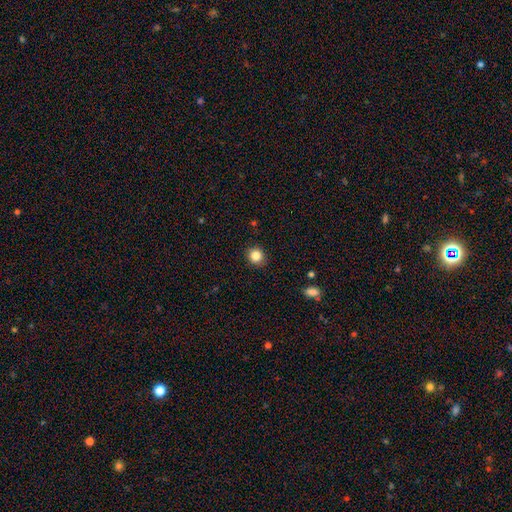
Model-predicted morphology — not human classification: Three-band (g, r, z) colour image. It shows a smooth galaxy with no disk features (84%) that is round (86%). Merging: none (90%).